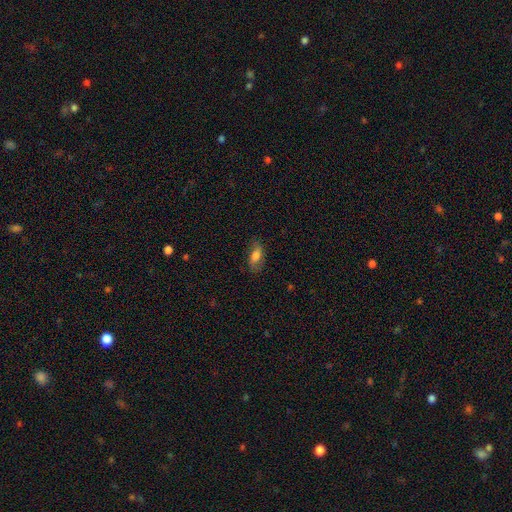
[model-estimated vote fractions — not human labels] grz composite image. It shows a smooth galaxy with no disk features (69%) that is in between round and cigar-shaped (82%). Merging: none (73%).